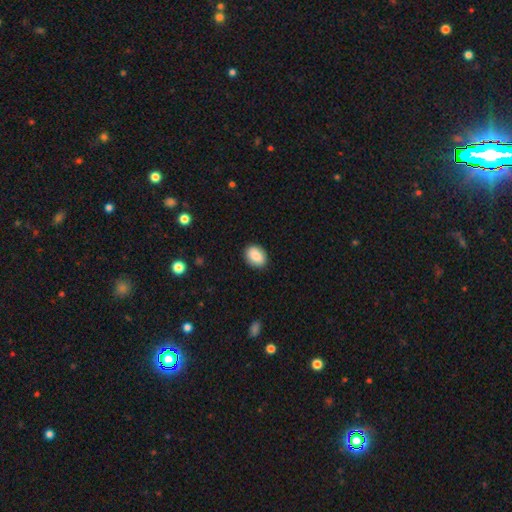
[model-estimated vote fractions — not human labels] smooth_or_featured: smooth (p=0.87) [alt: star or artifact p=0.07]
how_rounded: in between (p=0.74) [alt: round p=0.25]
merging: none (p=0.89) [alt: minor disturbance p=0.08]